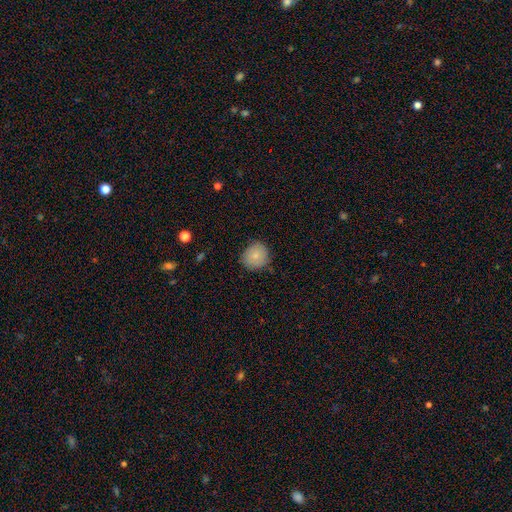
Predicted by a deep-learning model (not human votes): This appears to be a smooth galaxy with no disk features (82%) that is round (85%). Merging: none (80%).